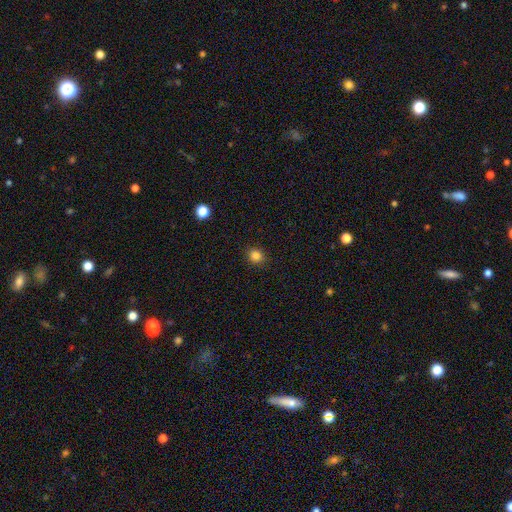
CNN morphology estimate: smooth-or-featured: smooth: 84% | star or artifact: 12% | featured or disk: 4%
  how-rounded: round: 72% | in between: 27% | cigar-shaped: 1%
  merging: none: 89% | minor disturbance: 8% | major disturbance: 2% | merger: 1%